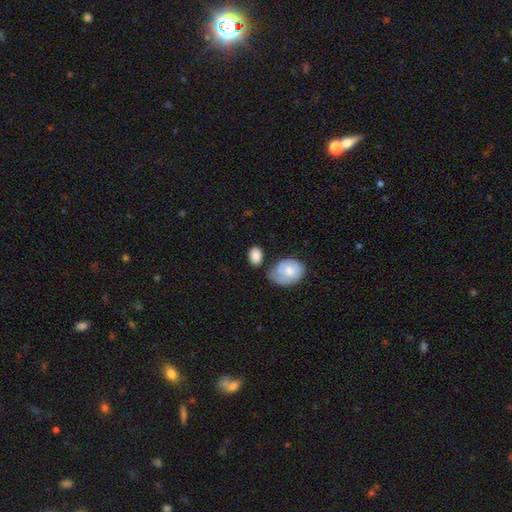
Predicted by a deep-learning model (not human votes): Smooth or featured?
  - smooth: 86% *
  - featured or disk: 8%
  - star or artifact: 7%
How rounded?
  - in between: 74% *
  - round: 24%
  - cigar-shaped: 1%
Merging?
  - none: 57% *
  - minor disturbance: 24%
  - merger: 11%
  - major disturbance: 8%